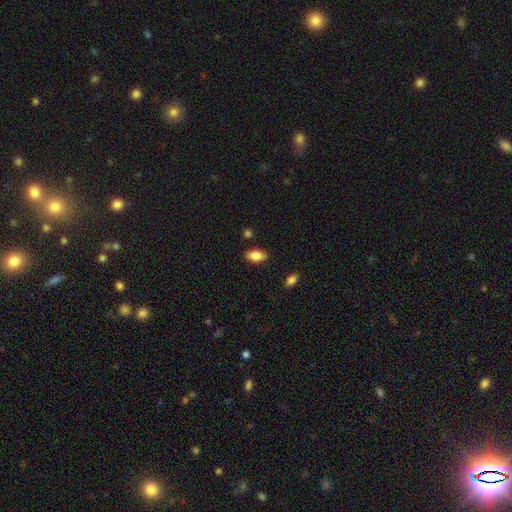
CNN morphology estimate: smooth 81%, featured or disk 12%, star or artifact 7%. Down the decision tree: how rounded — in between (90%); merging — none (84%).